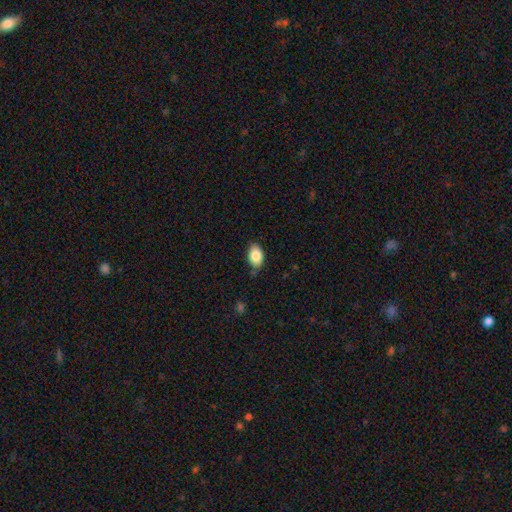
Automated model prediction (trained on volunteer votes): A smooth galaxy with no disk features (86%) that is in between round and cigar-shaped (88%). Merging: none (78%).